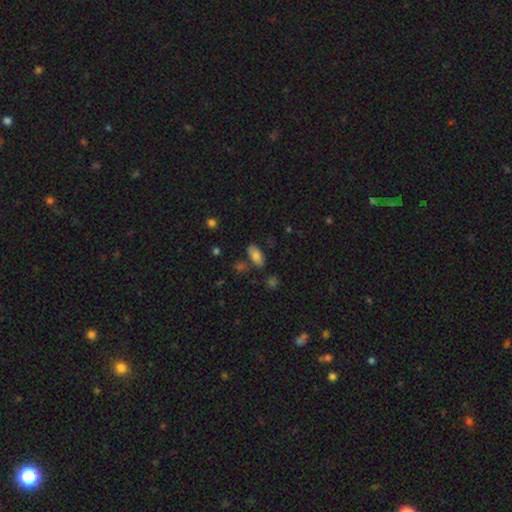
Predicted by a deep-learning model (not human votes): This is likely a smooth galaxy (78%). How rounded: clearly in between (90%). Merging: likely none (76%).